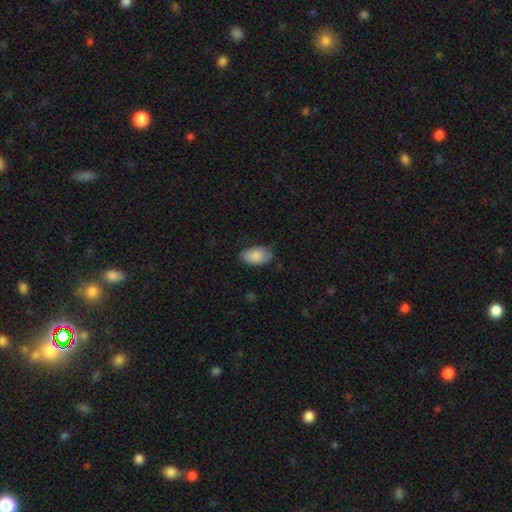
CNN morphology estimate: smooth 81%, featured or disk 12%, star or artifact 6%. Down the decision tree: how rounded — in between (94%); merging — none (57%).